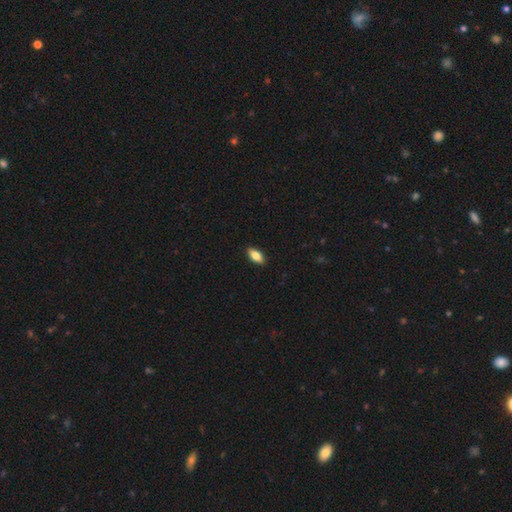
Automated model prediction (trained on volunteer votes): Smooth or featured?
  - smooth: 76% *
  - featured or disk: 18%
  - star or artifact: 7%
How rounded?
  - in between: 85% *
  - cigar-shaped: 12%
  - round: 3%
Merging?
  - none: 90% *
  - minor disturbance: 7%
  - major disturbance: 2%
  - merger: 1%